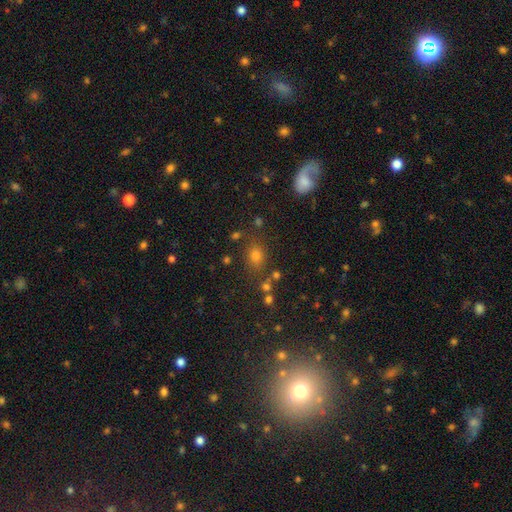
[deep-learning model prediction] Smooth or featured?
  - smooth: 62% *
  - star or artifact: 29%
  - featured or disk: 9%
How rounded?
  - round: 58% *
  - in between: 41%
  - cigar-shaped: 1%
Merging?
  - none: 77% *
  - minor disturbance: 11%
  - merger: 7%
  - major disturbance: 5%